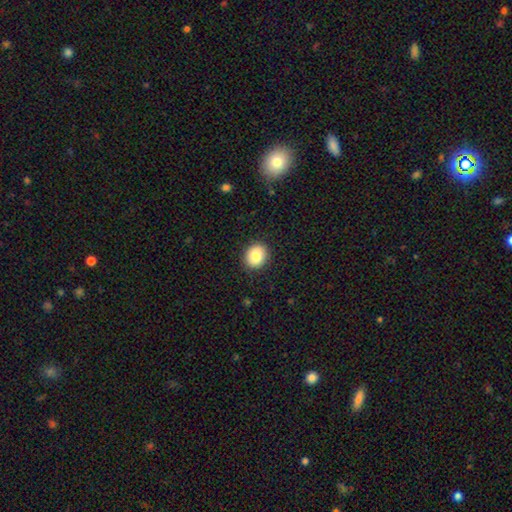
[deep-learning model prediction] A smooth galaxy with no disk features (84%) that is round (71%).

Vote fractions:
- Smooth or featured? smooth: 84% / star or artifact: 9% / featured or disk: 7%
- How rounded? round: 71% / in between: 28% / cigar-shaped: 1%
- Merging? none: 90% / minor disturbance: 7% / major disturbance: 2% / merger: 1%